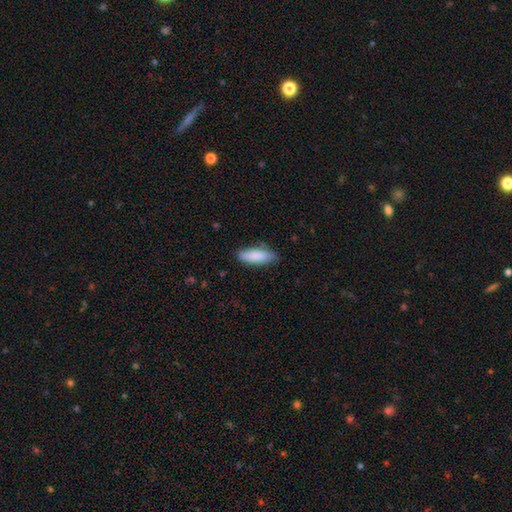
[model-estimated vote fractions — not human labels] A smooth galaxy with no disk features (87%) that is in between round and cigar-shaped (67%).

Vote fractions:
- Smooth or featured? smooth: 87% / featured or disk: 7% / star or artifact: 6%
- How rounded? in between: 67% / cigar-shaped: 31% / round: 2%
- Merging? none: 75% / minor disturbance: 20% / major disturbance: 4% / merger: 2%